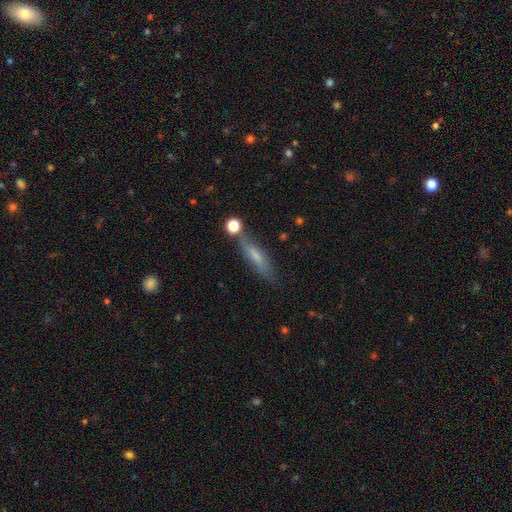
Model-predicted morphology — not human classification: smooth_or_featured: smooth (p=0.53) [alt: featured or disk p=0.37]
how_rounded: cigar-shaped (p=0.70) [alt: in between p=0.27]
merging: none (p=0.64) [alt: minor disturbance p=0.20]